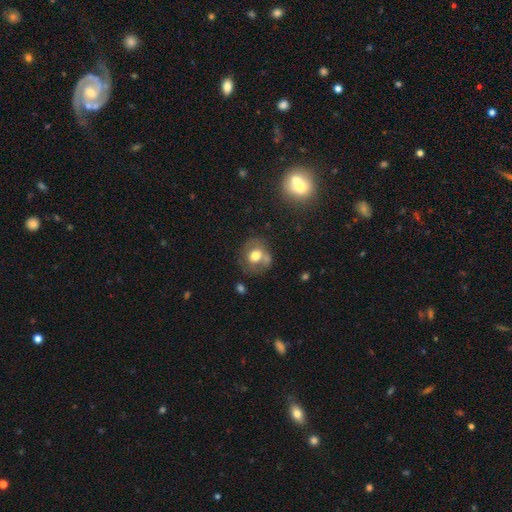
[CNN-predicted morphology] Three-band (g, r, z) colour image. It shows a smooth galaxy with no disk features (63%) that is round (69%). Merging: none (50%).